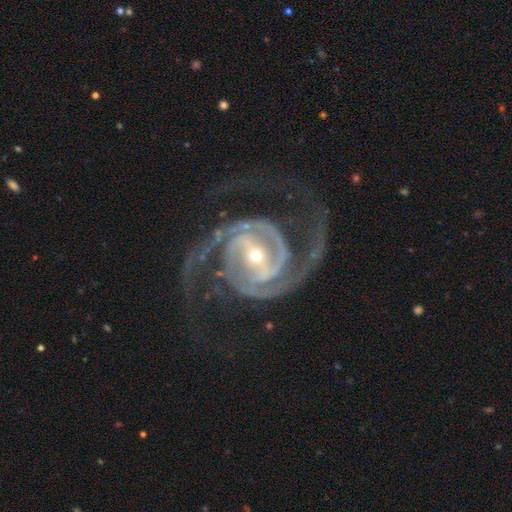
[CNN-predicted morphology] This appears to be a featured or disk galaxy (94%) with a strong bar (51%), 2 (78%) medium (52%) spiral arms (99%) and a small central bulge (64%). Merging: none (68%).